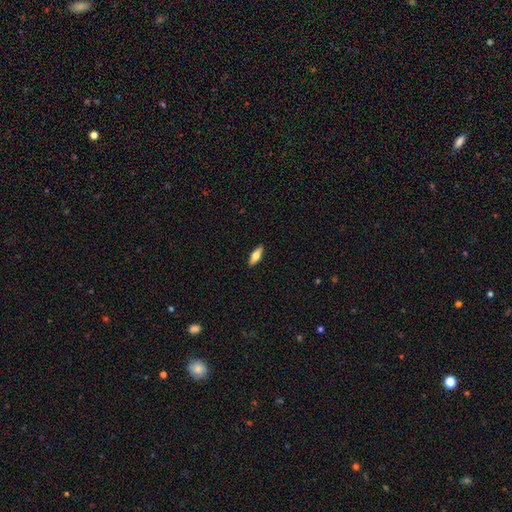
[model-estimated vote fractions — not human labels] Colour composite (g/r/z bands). It shows a smooth galaxy with no disk features (60%) that is in between round and cigar-shaped (60%). Merging: none (90%).